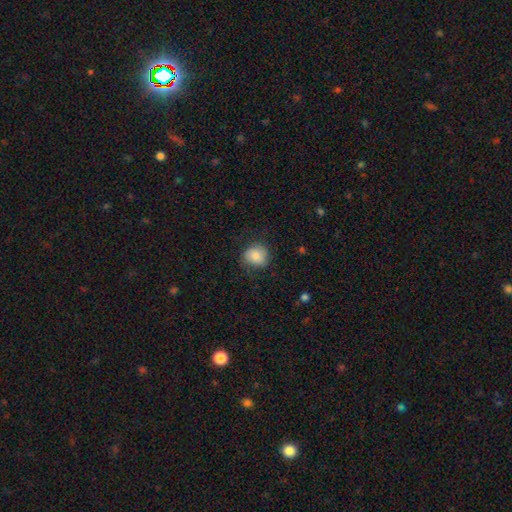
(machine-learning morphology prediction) smooth-or-featured: smooth: 81% | featured or disk: 11% | star or artifact: 8%
  how-rounded: round: 77% | in between: 23% | cigar-shaped: 1%
  merging: none: 72% | minor disturbance: 20% | major disturbance: 7% | merger: 1%